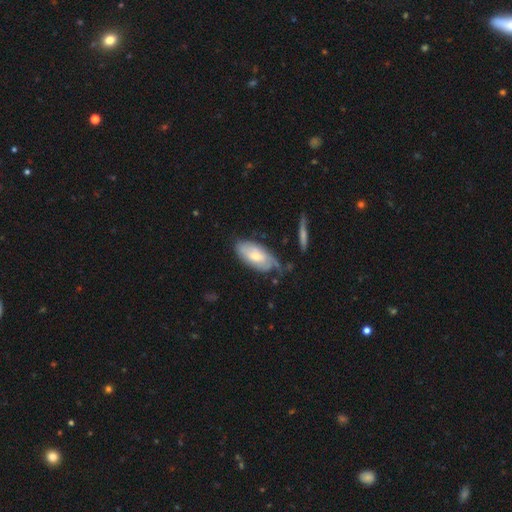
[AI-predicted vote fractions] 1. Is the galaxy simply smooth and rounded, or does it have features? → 51% smooth, 43% featured or disk, 6% star or artifact.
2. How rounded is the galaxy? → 91% in between, 7% cigar-shaped, 2% round.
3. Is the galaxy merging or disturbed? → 48% none, 34% minor disturbance, 14% major disturbance, 5% merger.